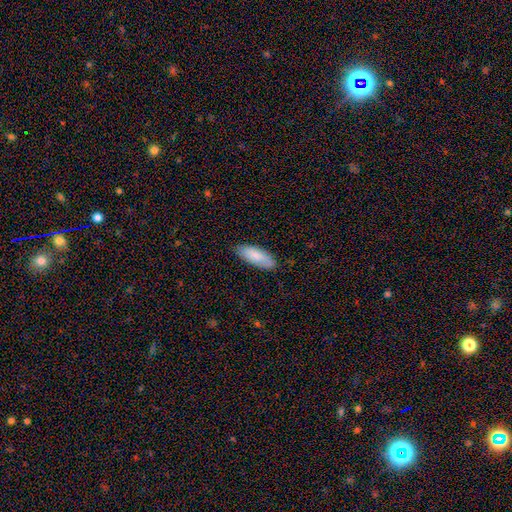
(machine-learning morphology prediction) Q: Smooth or featured?
A: smooth (83%); runner-up: featured or disk (11%)
Q: How rounded?
A: in between (75%); runner-up: cigar-shaped (23%)
Q: Merging?
A: none (80%); runner-up: minor disturbance (16%)